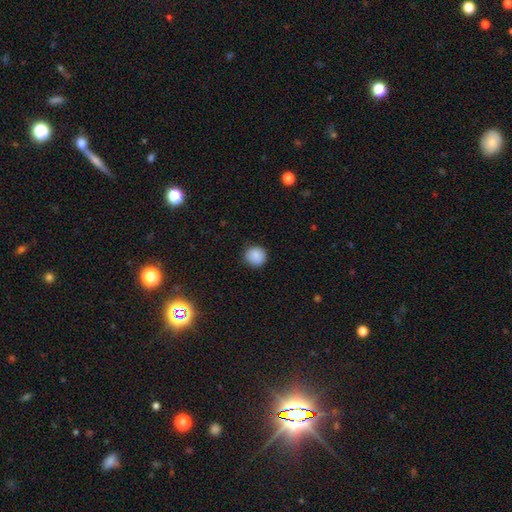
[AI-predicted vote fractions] Smooth or featured? smooth (88%)
How rounded? round (92%)
Merging? none (88%)